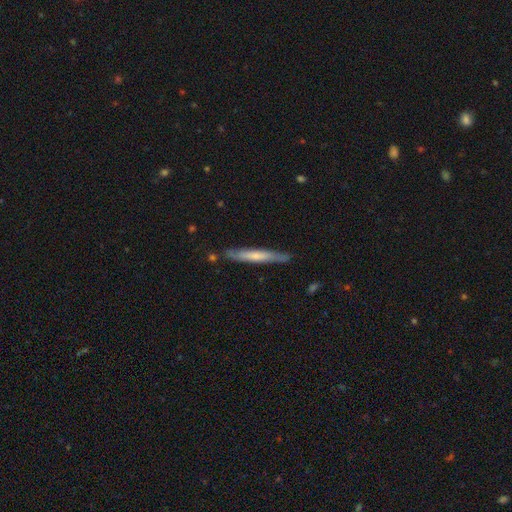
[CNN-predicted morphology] Smooth or featured: smooth — 53% (featured or disk — 42%)
How rounded: cigar-shaped — 95% (in between — 4%)
Merging: none — 83% (minor disturbance — 13%)